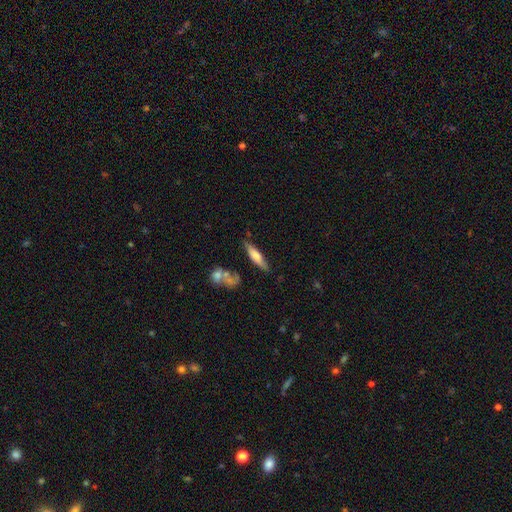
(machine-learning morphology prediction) Smooth or featured: smooth — 62% (featured or disk — 32%)
How rounded: cigar-shaped — 72% (in between — 26%)
Merging: none — 70% (minor disturbance — 18%)